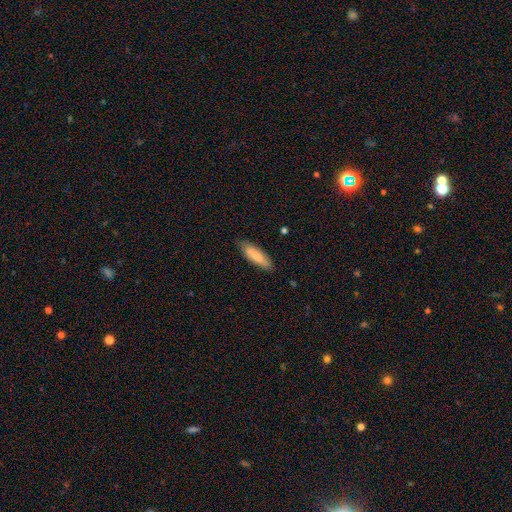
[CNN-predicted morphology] Smooth or featured? smooth (79%)
How rounded? cigar-shaped (54%)
Merging? none (81%)